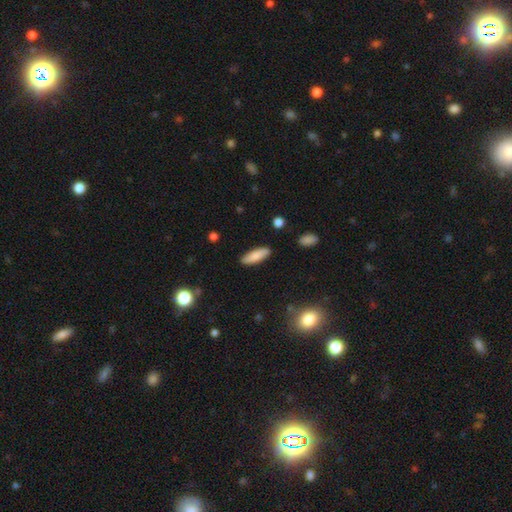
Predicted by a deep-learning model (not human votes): Morphology: type=smooth (82%); roundness=cigar-shaped (53%); merging=none (87%).